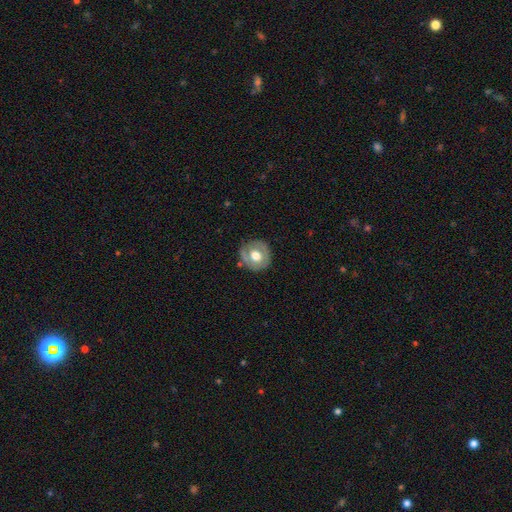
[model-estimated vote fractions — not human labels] Morphology: type=smooth (50%); merging=none (80%).